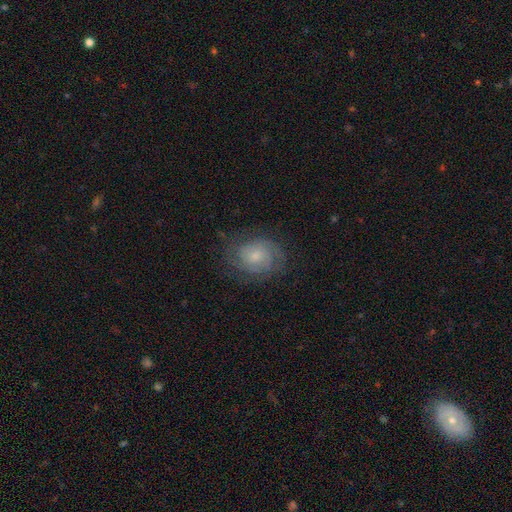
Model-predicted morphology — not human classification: Smooth or featured? featured or disk (62%)
Edge-on disk? no (97%)
Bar? no (69%)
Spiral arms? yes (89%)
Spiral winding? tight (62%)
Spiral arm count? can't tell (39%)
Bulge size? small (55%)
Merging? none (74%)